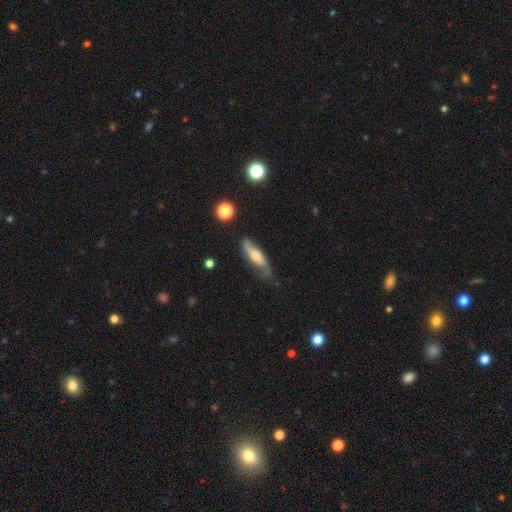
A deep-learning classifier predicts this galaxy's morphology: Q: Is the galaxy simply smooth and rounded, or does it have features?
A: smooth — 50%.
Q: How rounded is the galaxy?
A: cigar-shaped — 54%.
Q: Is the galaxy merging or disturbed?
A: none — 59%.